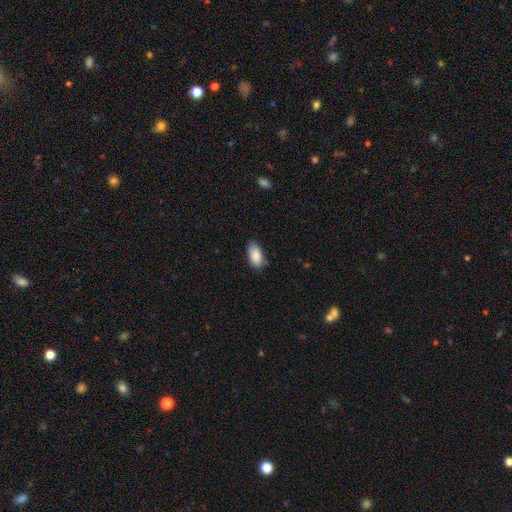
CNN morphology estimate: This appears to be a smooth galaxy with no disk features (87%) that is in between round and cigar-shaped (93%). Merging: none (77%).